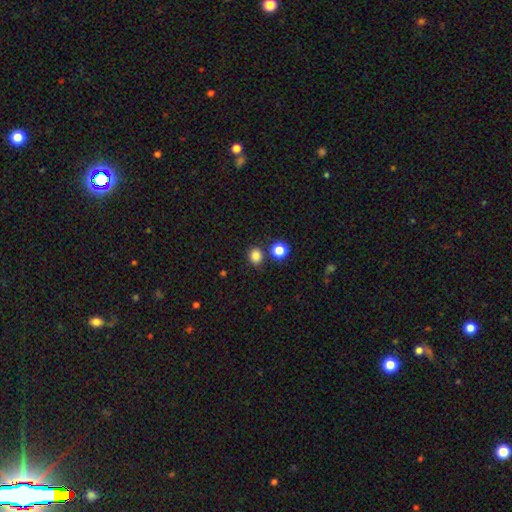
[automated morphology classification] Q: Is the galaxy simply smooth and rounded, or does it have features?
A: smooth — 84%.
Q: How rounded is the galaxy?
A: round — 70%.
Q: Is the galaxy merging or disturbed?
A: none — 79%.